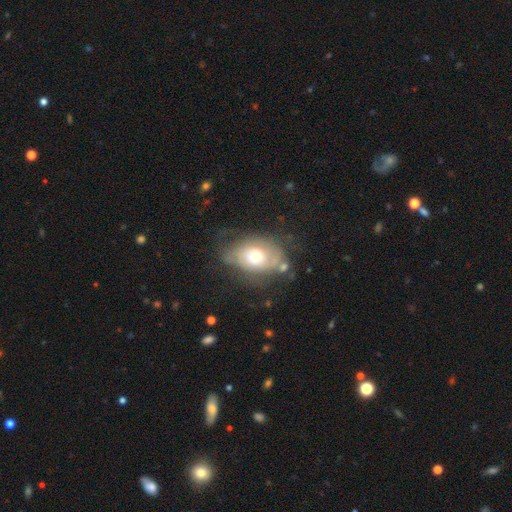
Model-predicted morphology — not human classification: This appears to be a featured or disk galaxy (49%). Merging: none (49%).